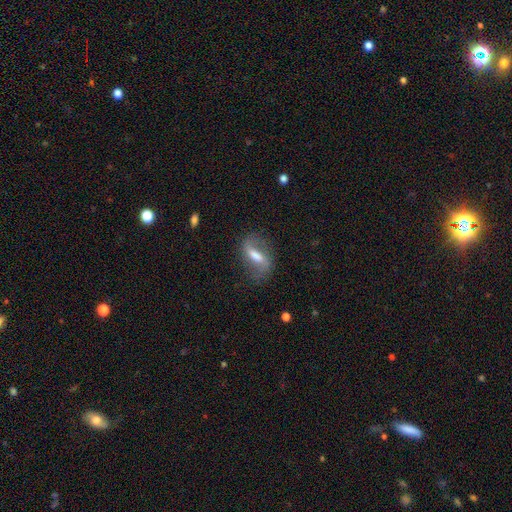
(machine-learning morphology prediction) smooth-or-featured: featured or disk: 63% | smooth: 28% | star or artifact: 8%
  disk-edge-on: no: 89% | yes: 11%
    bar: strong: 48% | weak: 39% | no: 14%
    has-spiral-arms: yes: 82% | no: 18%
    bulge-size: moderate: 43% | large: 22% | small: 17% | none: 15% | dominant: 3%
  merging: none: 67% | minor disturbance: 20% | major disturbance: 12% | merger: 2%